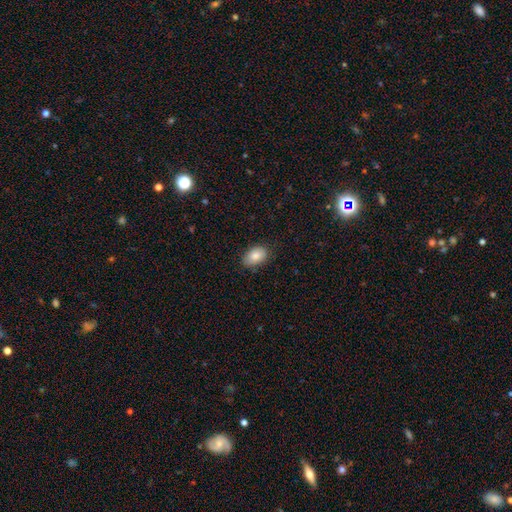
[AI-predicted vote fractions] Smooth or featured: smooth — 85% (featured or disk — 8%)
How rounded: in between — 87% (round — 12%)
Merging: none — 82% (minor disturbance — 14%)